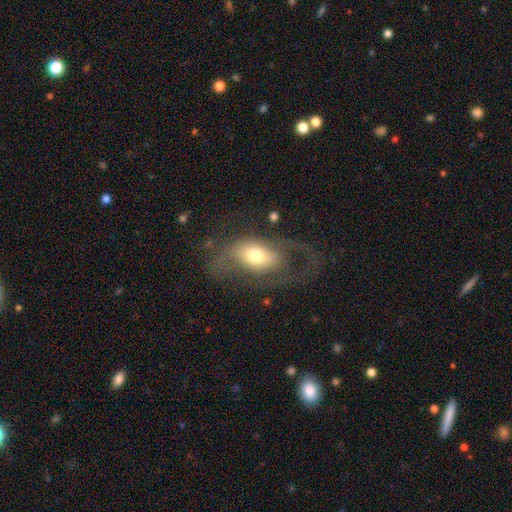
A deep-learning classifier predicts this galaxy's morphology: The model was most divided on "merging": major disturbance: 42%, none: 38%, minor disturbance: 18%, merger: 3%. More confident: edge-on disk — no (90%); smooth or featured — featured or disk (51%).